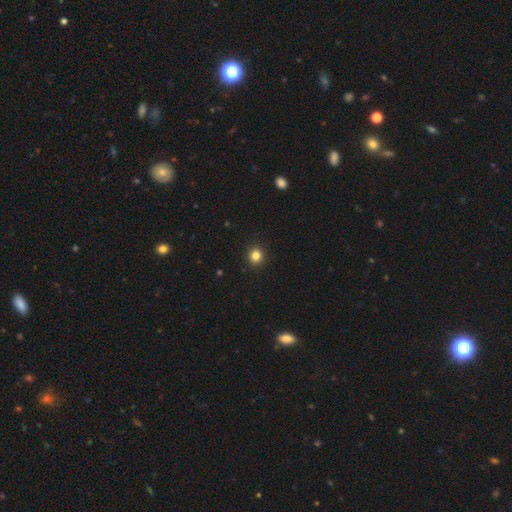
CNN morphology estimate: Q: Smooth or featured?
A: smooth (83%); runner-up: star or artifact (12%)
Q: How rounded?
A: round (85%); runner-up: in between (14%)
Q: Merging?
A: none (92%); runner-up: minor disturbance (5%)